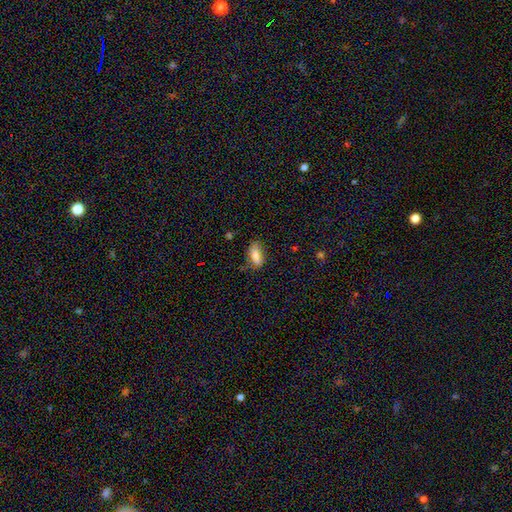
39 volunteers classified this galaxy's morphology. This appears to be a smooth galaxy with no disk features (77%) that is in between round and cigar-shaped (77%). Merging: none (67%).